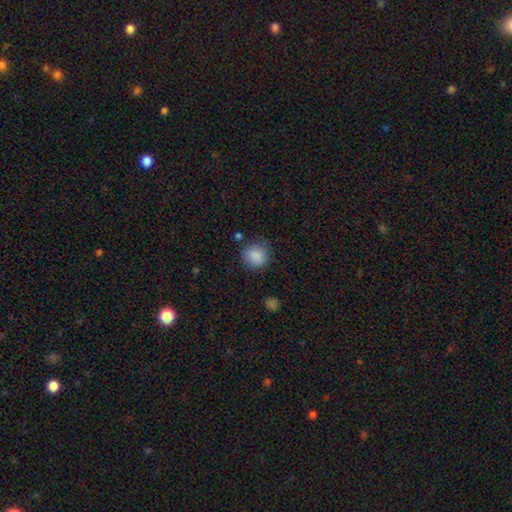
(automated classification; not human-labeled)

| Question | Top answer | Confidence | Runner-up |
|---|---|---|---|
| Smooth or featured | smooth | 88% | star or artifact (9%) |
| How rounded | round | 89% | in between (10%) |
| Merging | none | 80% | minor disturbance (14%) |